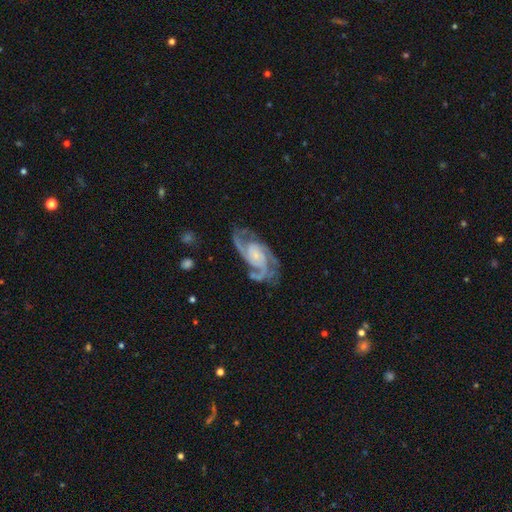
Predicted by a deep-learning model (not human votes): Overall: featured or disk (91%). Edge-on disk: no (97%). Bar: no (60%; weak 30%). Spiral arms: yes (98%). Spiral arm count: 3 (41%; 2 35%). Spiral winding: medium (49%; tight 41%). Bulge size: small (60%; moderate 21%). Merging: none (67%).